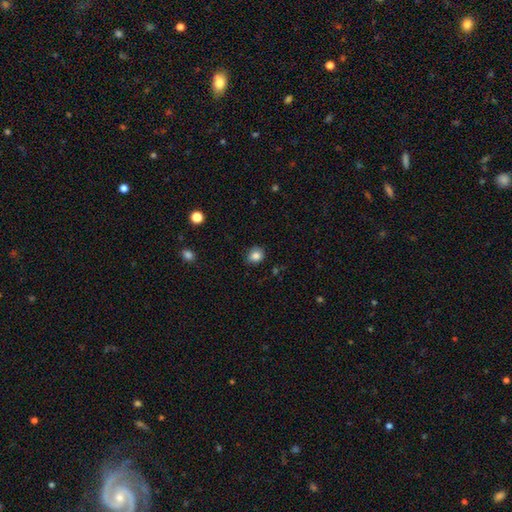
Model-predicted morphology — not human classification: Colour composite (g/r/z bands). It shows a smooth galaxy with no disk features (84%) that is round (73%). Merging: none (82%).